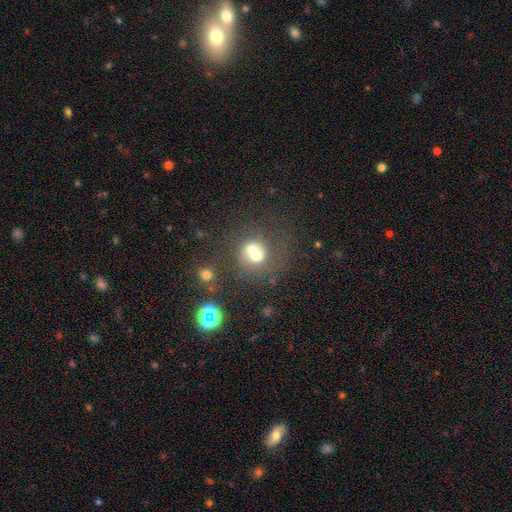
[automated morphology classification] smooth_or_featured: smooth (p=0.58) [alt: featured or disk p=0.27]
how_rounded: round (p=0.75) [alt: in between p=0.24]
merging: merger (p=0.59) [alt: none p=0.26]